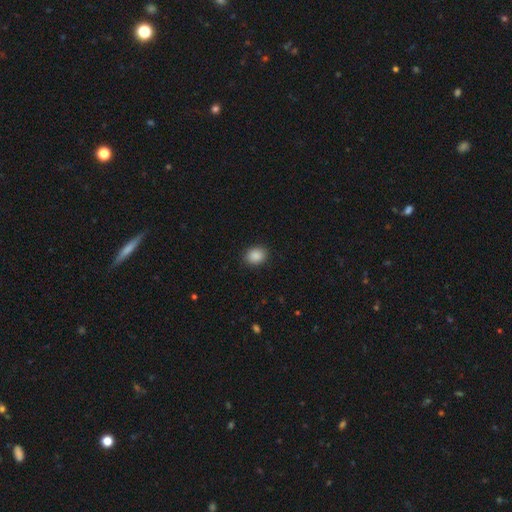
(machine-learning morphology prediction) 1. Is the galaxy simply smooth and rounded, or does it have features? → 89% smooth, 8% star or artifact, 3% featured or disk.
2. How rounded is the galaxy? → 55% in between, 45% round, 1% cigar-shaped.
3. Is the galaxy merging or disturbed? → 89% none, 8% minor disturbance, 2% major disturbance, 1% merger.